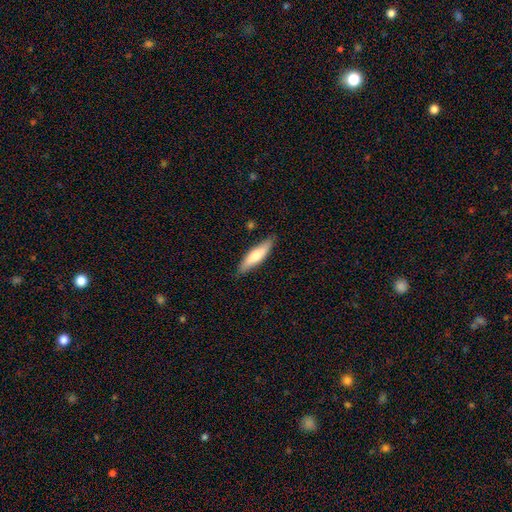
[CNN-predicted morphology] The model was most divided on "smooth or featured": smooth: 67%, featured or disk: 28%, star or artifact: 5%. More confident: merging — none (85%); how rounded — cigar-shaped (70%).